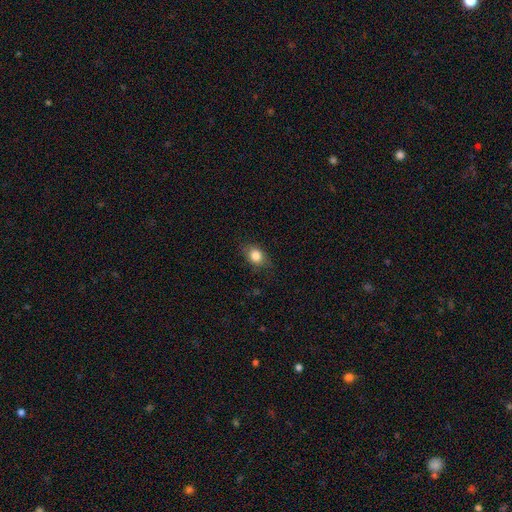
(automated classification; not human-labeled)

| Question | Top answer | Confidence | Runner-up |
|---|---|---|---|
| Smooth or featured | smooth | 82% | star or artifact (9%) |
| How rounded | in between | 65% | round (33%) |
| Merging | none | 79% | minor disturbance (16%) |